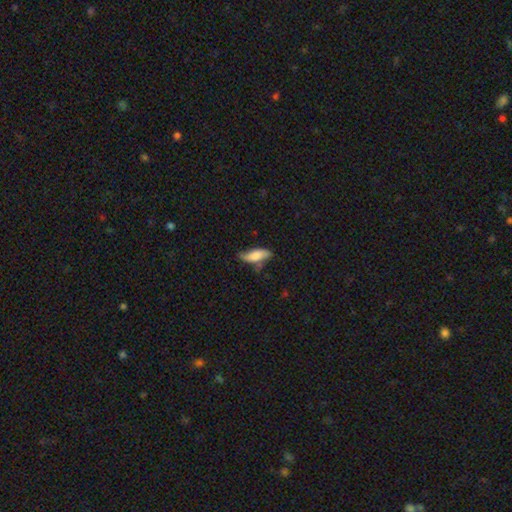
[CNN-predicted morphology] Q: Smooth or featured?
A: smooth (72%); runner-up: featured or disk (21%)
Q: How rounded?
A: in between (65%); runner-up: cigar-shaped (33%)
Q: Merging?
A: none (54%); runner-up: minor disturbance (31%)